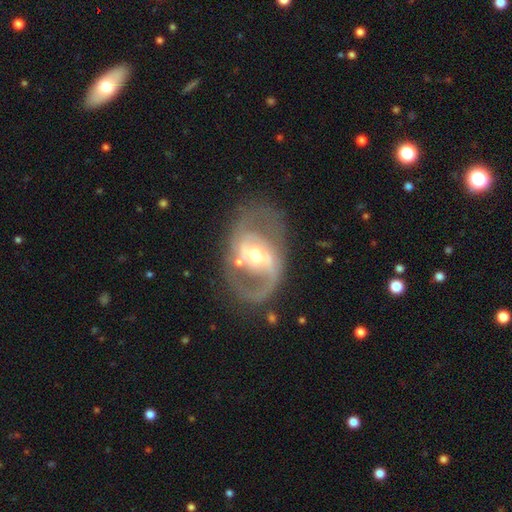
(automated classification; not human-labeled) Morphology: type=featured or disk (85%); edge-on=no (96%); bar=weak (39%); spiral arms=yes (86%); winding=medium (51%); arm count=2 (83%); bulge=moderate (63%); merging=none (68%).